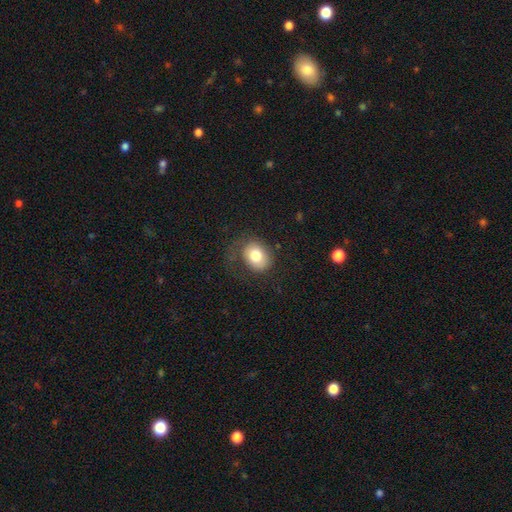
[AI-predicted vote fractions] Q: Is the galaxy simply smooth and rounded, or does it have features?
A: smooth — 76%.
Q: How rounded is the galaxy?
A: round — 50%.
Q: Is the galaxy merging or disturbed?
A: none — 57%.